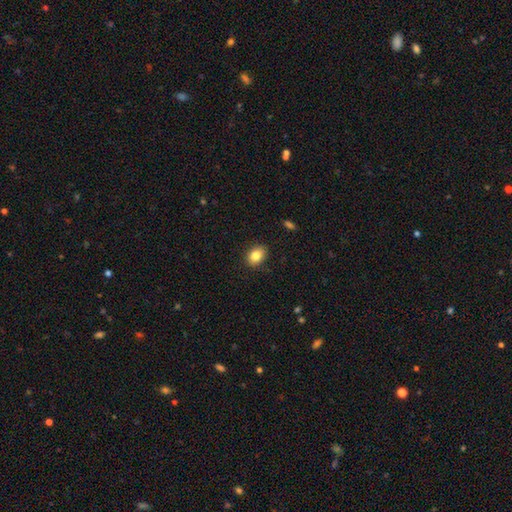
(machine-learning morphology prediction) smooth-or-featured: smooth: 84% | star or artifact: 9% | featured or disk: 7%
  how-rounded: in between: 69% | round: 30% | cigar-shaped: 1%
  merging: none: 87% | minor disturbance: 9% | major disturbance: 2% | merger: 1%